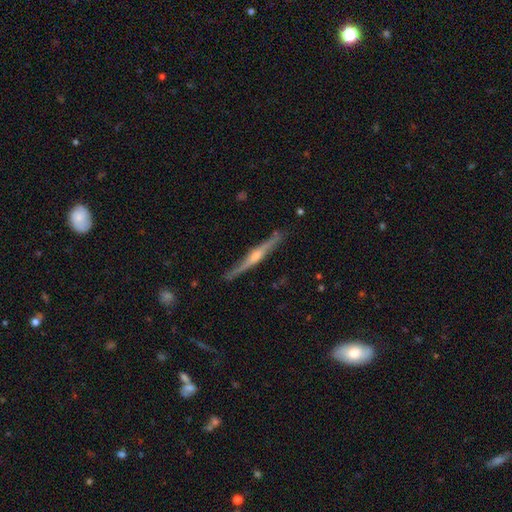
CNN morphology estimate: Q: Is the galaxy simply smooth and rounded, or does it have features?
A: featured or disk — 83%.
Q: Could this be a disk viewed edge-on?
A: yes — 98%.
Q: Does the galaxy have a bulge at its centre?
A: rounded — 87%.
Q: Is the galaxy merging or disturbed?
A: none — 88%.